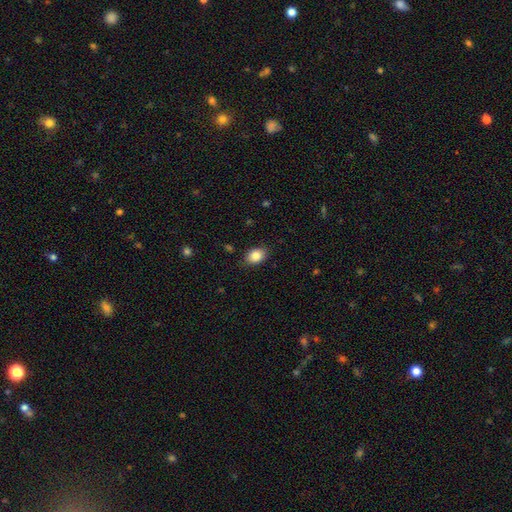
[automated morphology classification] Smooth or featured? Predicted: smooth (p=0.86). How rounded? Predicted: in between (p=0.74). Merging? Predicted: none (p=0.84).